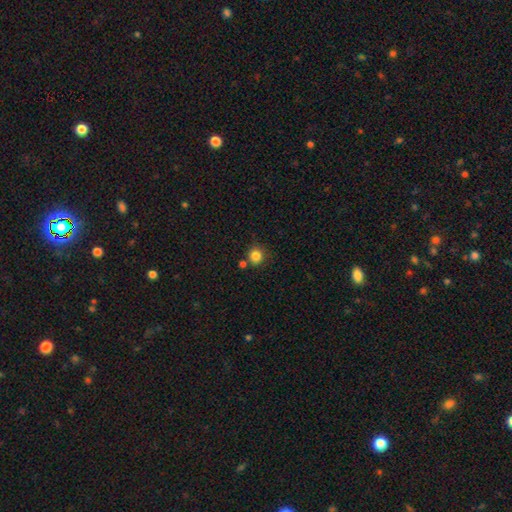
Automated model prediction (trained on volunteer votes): Smooth or featured? Predicted: smooth (p=0.84). How rounded? Predicted: round (p=0.90). Merging? Predicted: none (p=0.76).